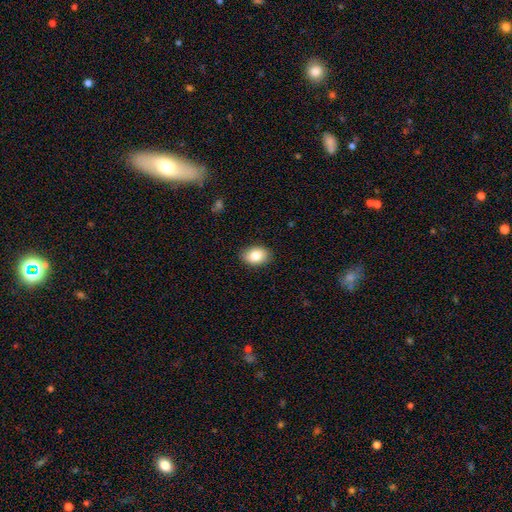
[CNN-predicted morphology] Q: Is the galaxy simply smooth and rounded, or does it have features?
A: smooth — 84%.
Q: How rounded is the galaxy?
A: in between — 84%.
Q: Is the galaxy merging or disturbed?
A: none — 88%.